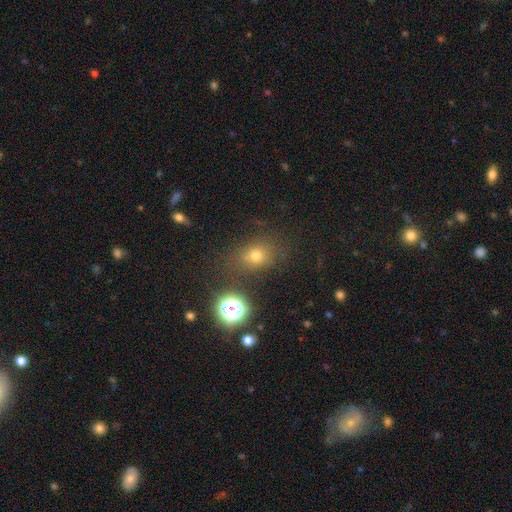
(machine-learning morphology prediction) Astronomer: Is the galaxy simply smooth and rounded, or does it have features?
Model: smooth — 67%.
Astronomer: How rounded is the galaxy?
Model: round — 55% (runner-up: in between, 43%).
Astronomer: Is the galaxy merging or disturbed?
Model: none — 74%.